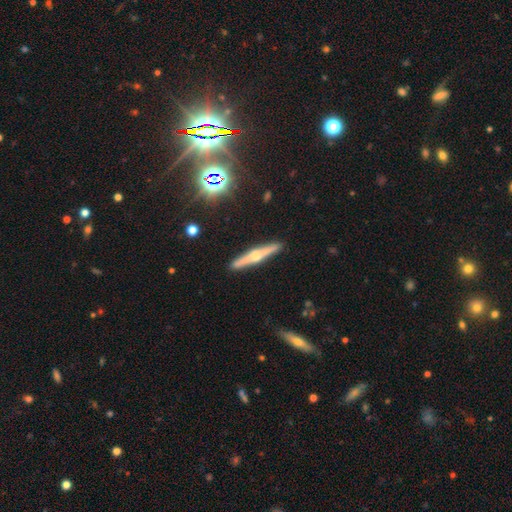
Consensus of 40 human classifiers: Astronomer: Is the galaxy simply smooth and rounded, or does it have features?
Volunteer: featured or disk — 68%.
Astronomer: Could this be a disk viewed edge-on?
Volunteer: yes — 100%.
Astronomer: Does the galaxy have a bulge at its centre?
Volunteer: rounded — 89%.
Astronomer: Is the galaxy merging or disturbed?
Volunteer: none — 89%.